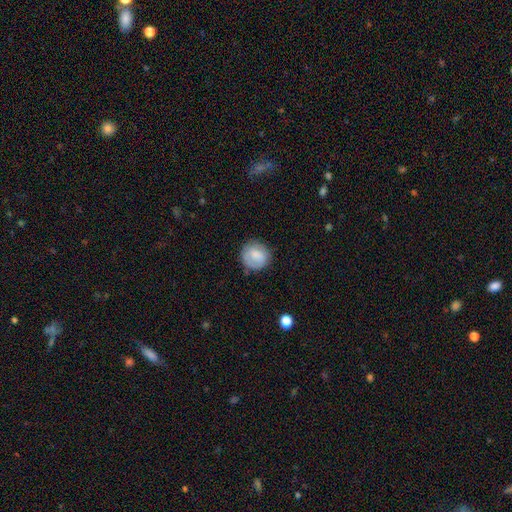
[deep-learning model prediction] The model was most divided on "smooth or featured": smooth: 74%, featured or disk: 19%, star or artifact: 7%. More confident: how rounded — round (85%); merging — none (75%).